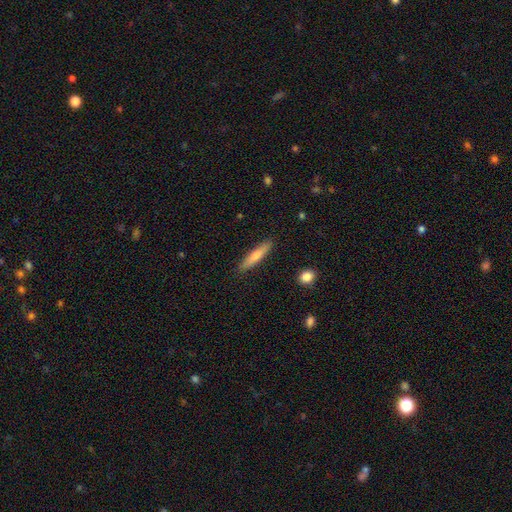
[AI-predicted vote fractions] A smooth galaxy with no disk features (70%) that is cigar-shaped (88%). Merging: none (89%).